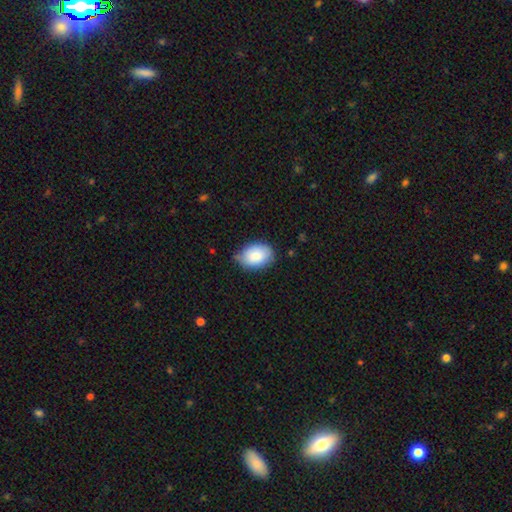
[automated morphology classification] Overall: smooth (84%). How rounded: in between (83%). Merging: none (67%).